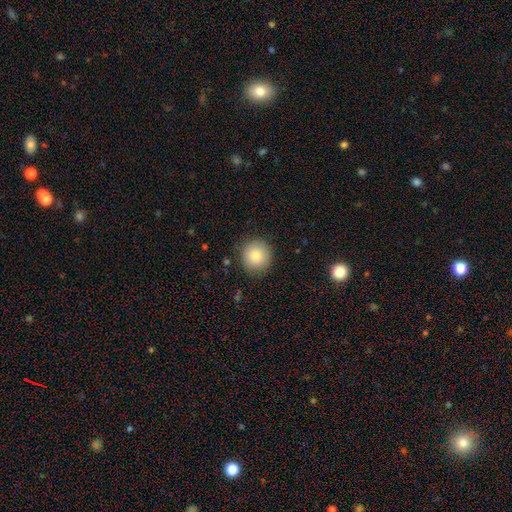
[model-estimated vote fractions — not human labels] Q: Smooth or featured?
A: smooth (83%); runner-up: star or artifact (9%)
Q: How rounded?
A: round (92%); runner-up: in between (7%)
Q: Merging?
A: none (86%); runner-up: minor disturbance (10%)